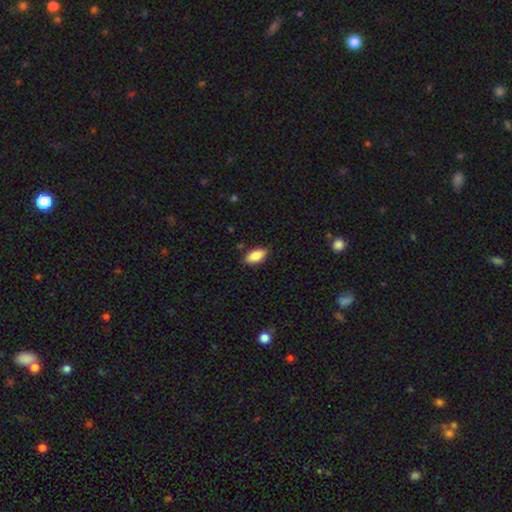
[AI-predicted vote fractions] Smooth or featured?
  - smooth: 87% *
  - star or artifact: 7%
  - featured or disk: 6%
How rounded?
  - in between: 91% *
  - cigar-shaped: 6%
  - round: 3%
Merging?
  - none: 84% *
  - minor disturbance: 13%
  - major disturbance: 2%
  - merger: 1%